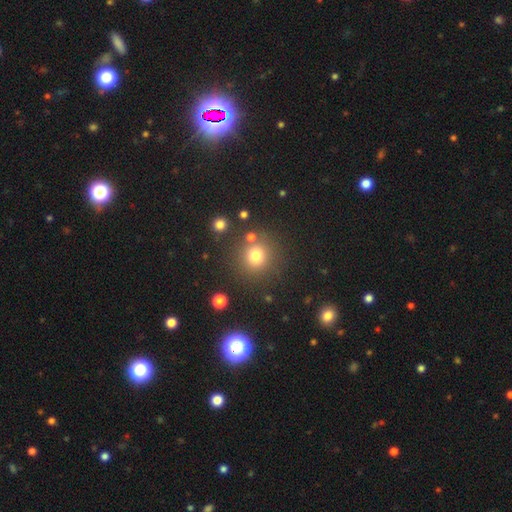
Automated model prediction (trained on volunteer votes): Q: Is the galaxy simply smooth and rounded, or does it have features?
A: smooth — 76%.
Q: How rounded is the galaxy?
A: round — 92%.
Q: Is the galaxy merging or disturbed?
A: none — 81%.